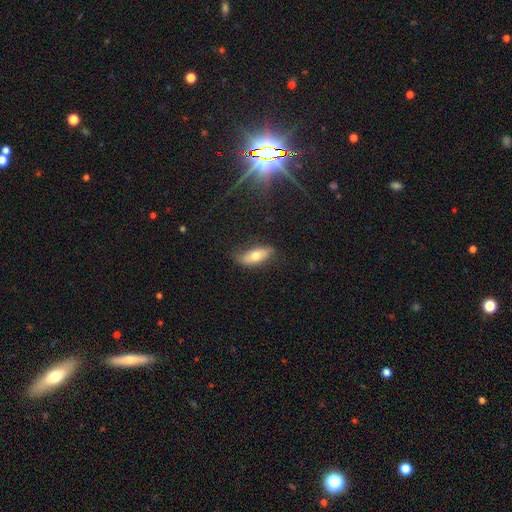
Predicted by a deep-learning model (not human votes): A smooth galaxy with no disk features (64%) that is in between round and cigar-shaped (73%). Merging: none (73%).